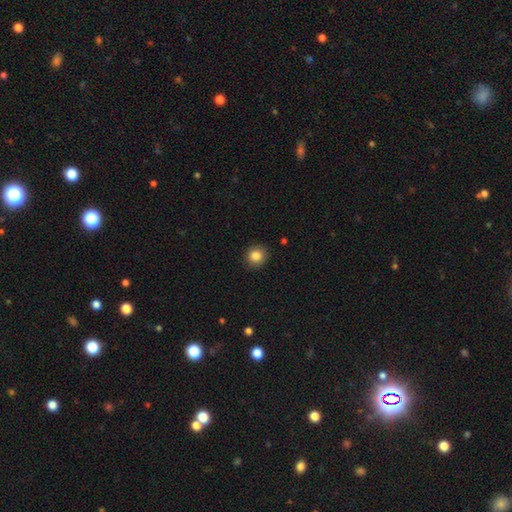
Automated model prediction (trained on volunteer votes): This appears to be a smooth galaxy with no disk features (85%) that is round (88%). Merging: none (90%).